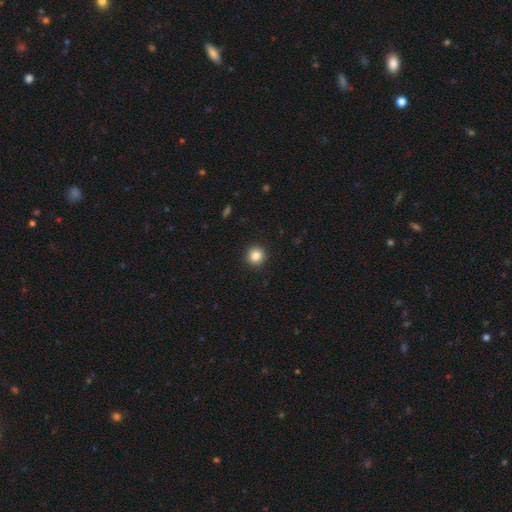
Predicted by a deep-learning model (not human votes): A smooth galaxy with no disk features (84%) that is round (93%).

Vote fractions:
- Smooth or featured? smooth: 84% / star or artifact: 10% / featured or disk: 5%
- How rounded? round: 93% / in between: 6% / cigar-shaped: 1%
- Merging? none: 93% / minor disturbance: 5% / major disturbance: 2% / merger: 1%